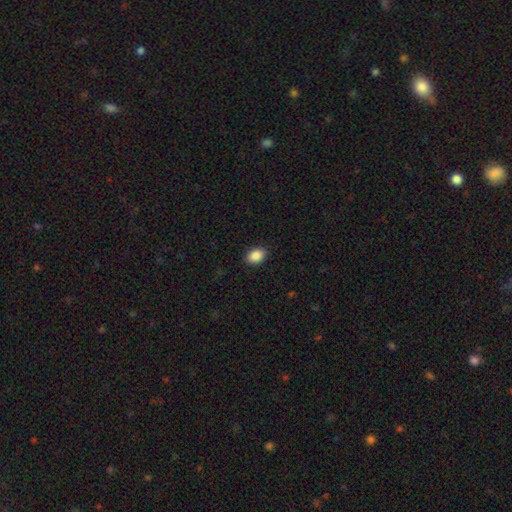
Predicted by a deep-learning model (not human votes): Smooth or featured? smooth (89%)
How rounded? in between (76%)
Merging? none (90%)